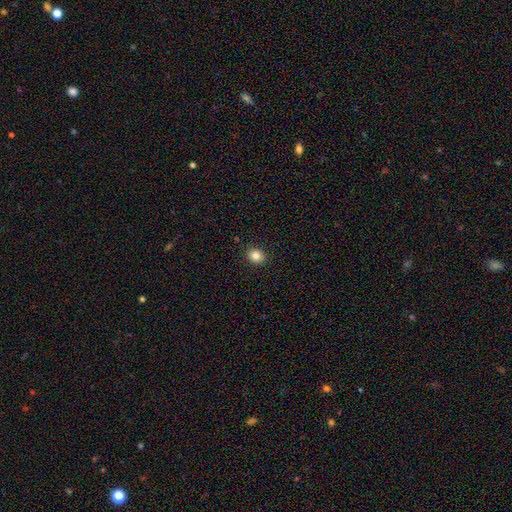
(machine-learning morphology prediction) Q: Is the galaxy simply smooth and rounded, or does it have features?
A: smooth — 84%.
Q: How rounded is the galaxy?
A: in between — 51%.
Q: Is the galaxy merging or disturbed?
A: none — 89%.